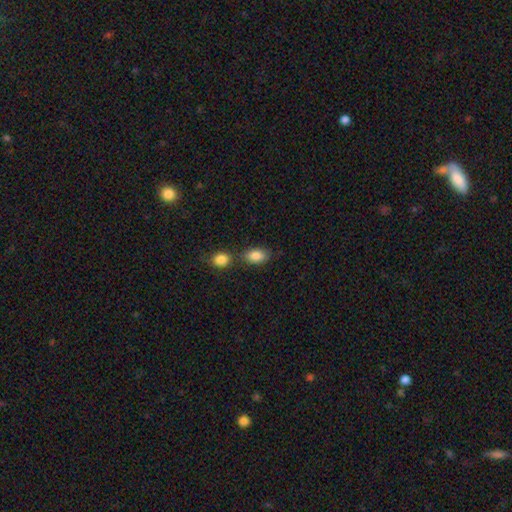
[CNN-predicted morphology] Smooth or featured?
  - smooth: 86% *
  - star or artifact: 8%
  - featured or disk: 7%
How rounded?
  - in between: 88% *
  - round: 10%
  - cigar-shaped: 2%
Merging?
  - none: 60% *
  - merger: 23%
  - minor disturbance: 13%
  - major disturbance: 4%